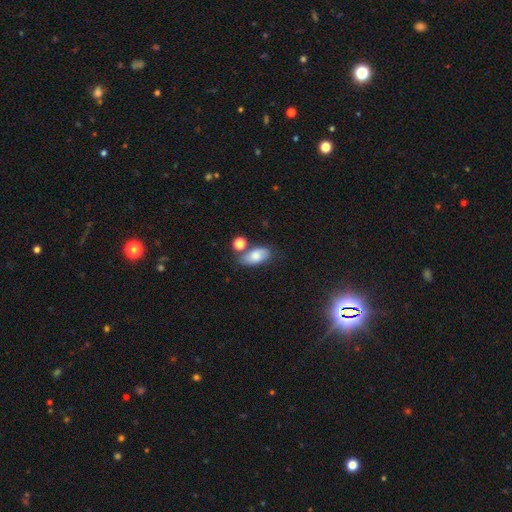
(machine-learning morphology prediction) smooth-or-featured: smooth: 76% | featured or disk: 15% | star or artifact: 9%
  how-rounded: in between: 90% | round: 6% | cigar-shaped: 3%
  merging: none: 59% | minor disturbance: 19% | merger: 16% | major disturbance: 6%